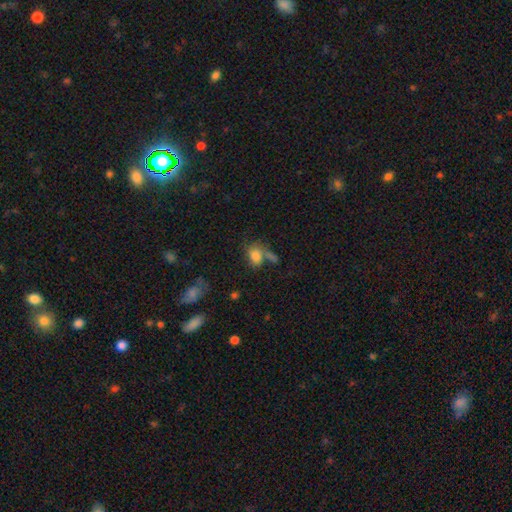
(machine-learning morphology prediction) type=smooth (78%); roundness=in between (70%); merging=none (45%).